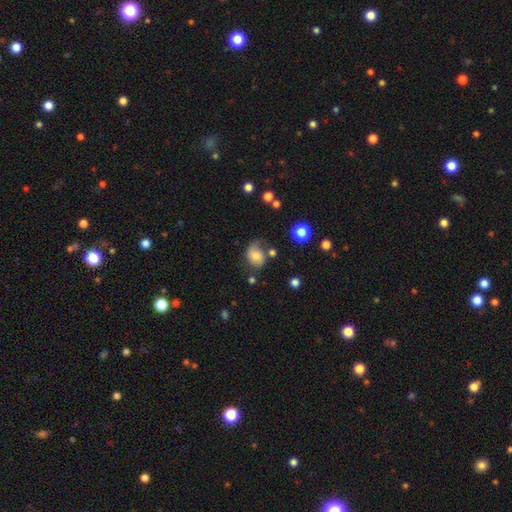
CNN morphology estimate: The model was most divided on "how rounded": in between: 57%, round: 42%, cigar-shaped: 1%. Remaining: smooth or featured — smooth (58%); merging — none (45%).